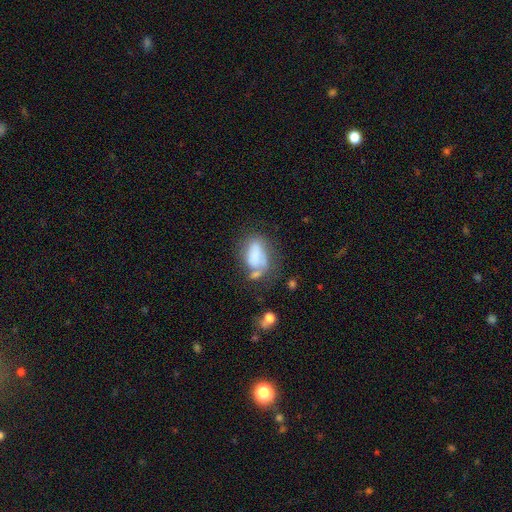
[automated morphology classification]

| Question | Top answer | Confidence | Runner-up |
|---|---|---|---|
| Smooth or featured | smooth | 64% | featured or disk (26%) |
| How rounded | in between | 90% | round (7%) |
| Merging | none | 32% | minor disturbance (25%) |